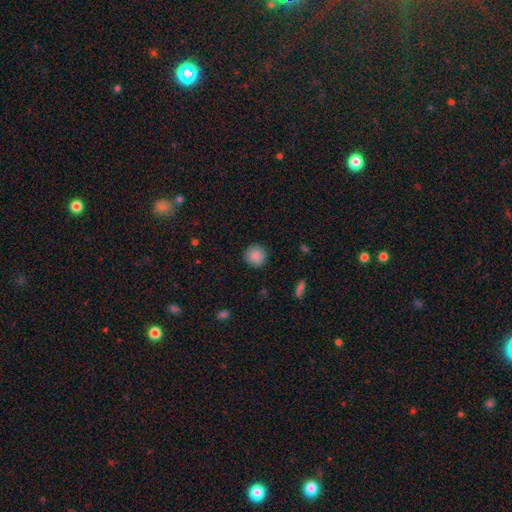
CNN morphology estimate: type=smooth (88%); roundness=round (94%); merging=none (90%).